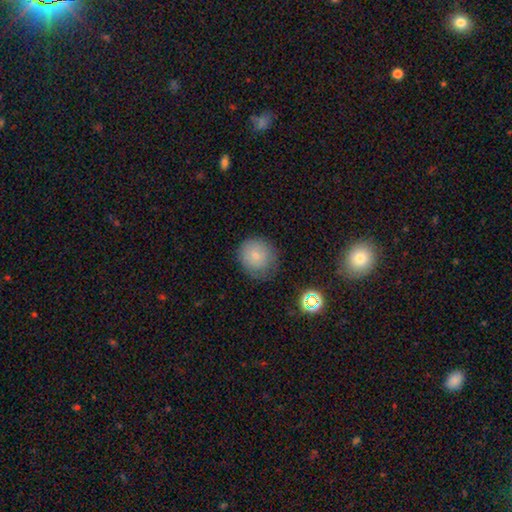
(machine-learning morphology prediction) A smooth galaxy with no disk features (77%) that is round (86%). Merging: none (69%).